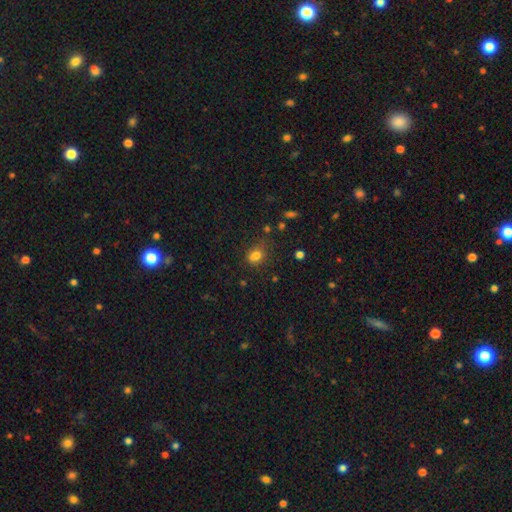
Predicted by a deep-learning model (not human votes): The model was most divided on "how rounded": in between: 54%, round: 45%, cigar-shaped: 1%. More confident: smooth or featured — smooth (77%); merging — none (54%).